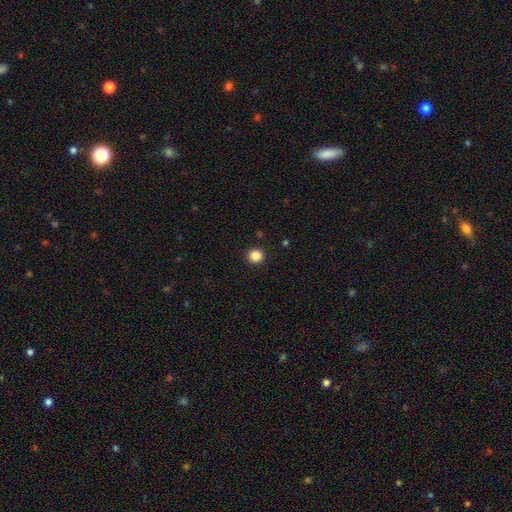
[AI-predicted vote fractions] Smooth or featured? smooth (86%)
How rounded? round (93%)
Merging? none (92%)